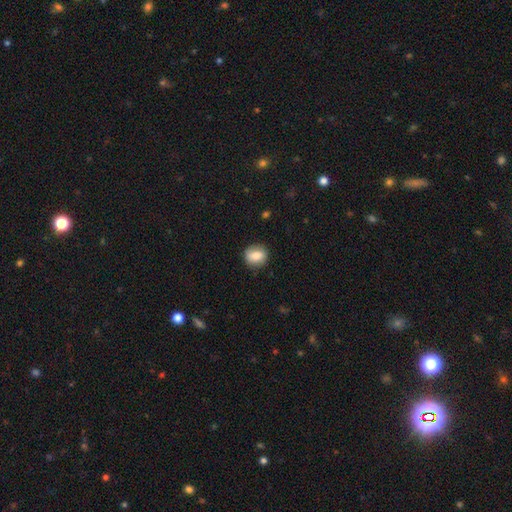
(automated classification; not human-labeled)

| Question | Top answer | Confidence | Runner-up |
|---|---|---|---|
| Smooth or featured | smooth | 77% | featured or disk (15%) |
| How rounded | round | 73% | in between (26%) |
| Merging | none | 86% | minor disturbance (10%) |